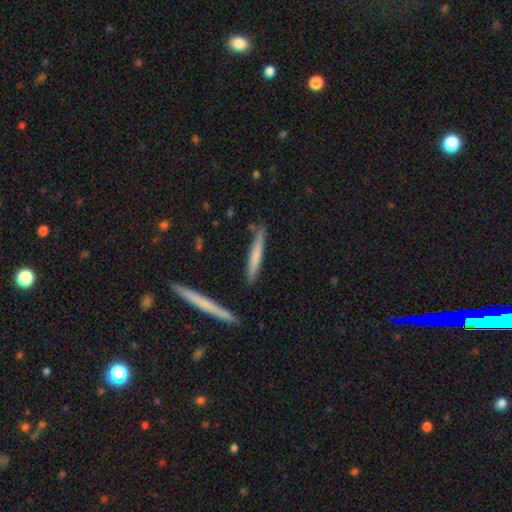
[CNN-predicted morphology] smooth 61%, featured or disk 34%, star or artifact 5%. Down the decision tree: how rounded — cigar-shaped (95%); merging — none (83%).